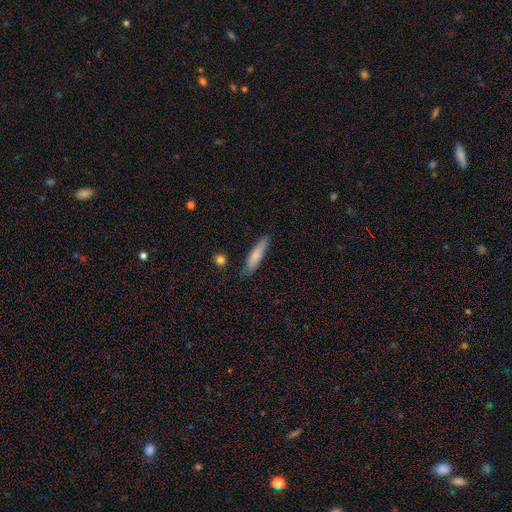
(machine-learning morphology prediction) Smooth or featured? smooth (75%)
How rounded? cigar-shaped (82%)
Merging? none (80%)